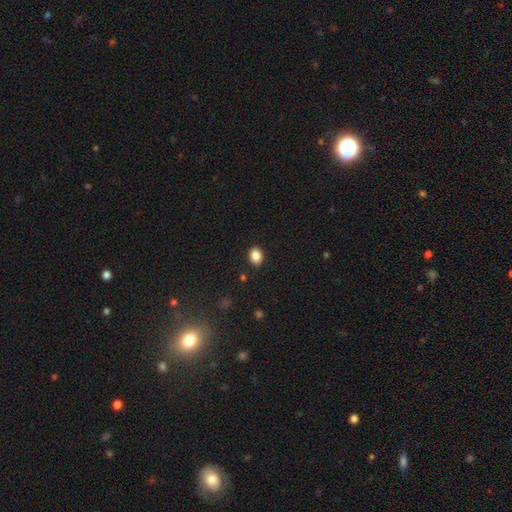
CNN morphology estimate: Smooth or featured? Predicted: smooth (p=0.87). How rounded? Predicted: in between (p=0.69). Merging? Predicted: none (p=0.89).